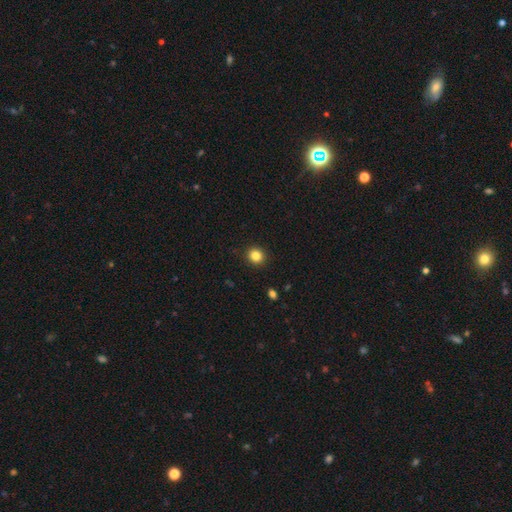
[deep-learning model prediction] Overall: smooth (84%). How rounded: round (87%). Merging: none (92%).